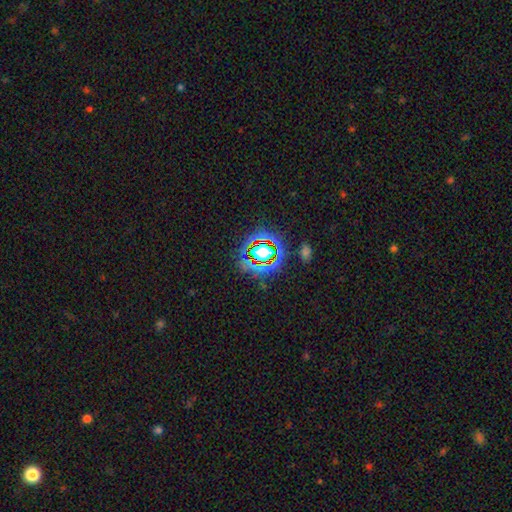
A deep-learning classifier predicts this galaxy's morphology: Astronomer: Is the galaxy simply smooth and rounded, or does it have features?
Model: star or artifact — 74%.